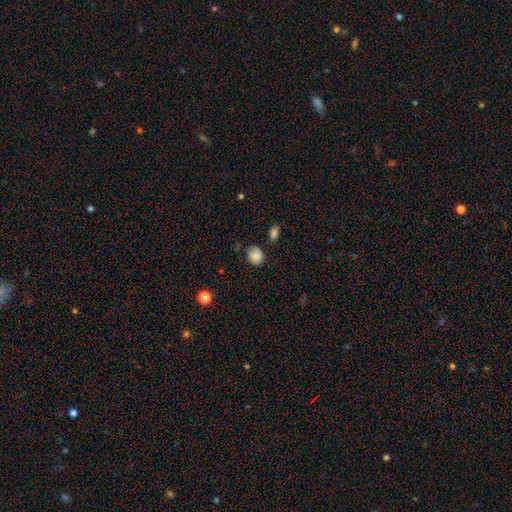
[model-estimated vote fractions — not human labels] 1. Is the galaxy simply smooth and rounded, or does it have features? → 72% smooth, 18% featured or disk, 10% star or artifact.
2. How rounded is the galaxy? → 61% round, 38% in between, 1% cigar-shaped.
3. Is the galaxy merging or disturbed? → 67% none, 24% minor disturbance, 6% major disturbance, 3% merger.